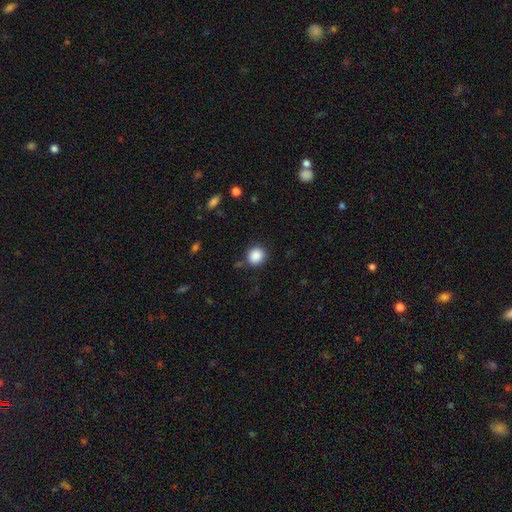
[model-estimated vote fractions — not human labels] This is clearly a smooth galaxy (88%). How rounded: clearly round (87%). Merging: clearly none (85%).